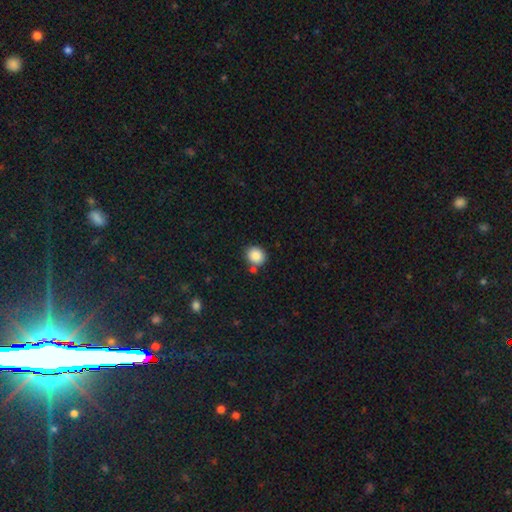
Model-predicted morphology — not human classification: Overall: smooth (86%). How rounded: round (72%). Merging: none (77%).